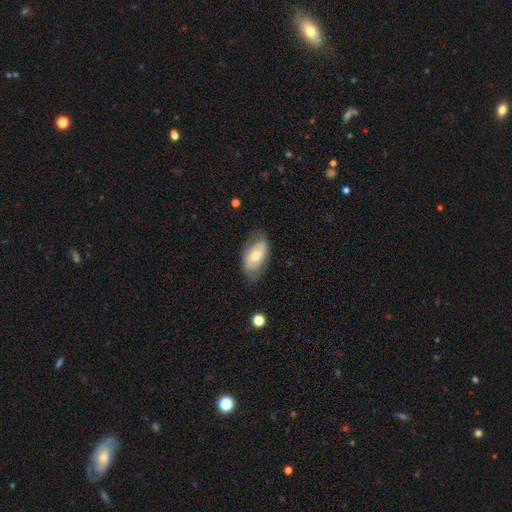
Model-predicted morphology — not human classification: smooth 53%, featured or disk 41%, star or artifact 6%. Down the decision tree: how rounded — in between (92%); merging — none (68%).